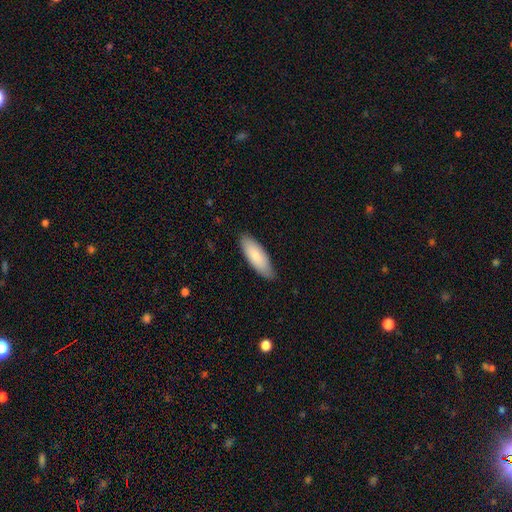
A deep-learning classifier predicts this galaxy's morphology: This is clearly a smooth galaxy (84%). How rounded: likely in between (66%). Merging: clearly none (83%).